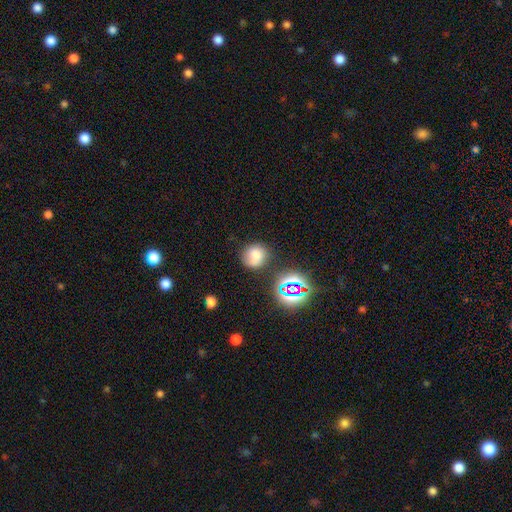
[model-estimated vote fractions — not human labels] The model was most divided on "merging": none: 67%, minor disturbance: 19%, major disturbance: 7%, merger: 7%. More confident: how rounded — round (85%); smooth or featured — smooth (68%).